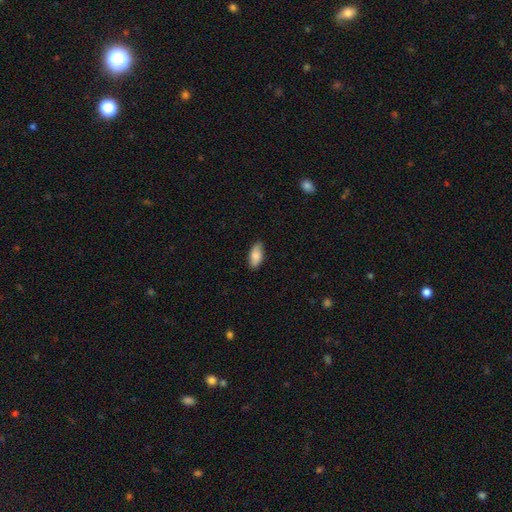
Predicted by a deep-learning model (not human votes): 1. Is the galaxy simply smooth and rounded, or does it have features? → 84% smooth, 10% featured or disk, 6% star or artifact.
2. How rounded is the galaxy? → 88% in between, 9% cigar-shaped, 2% round.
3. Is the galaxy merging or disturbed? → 86% none, 11% minor disturbance, 2% major disturbance, 1% merger.